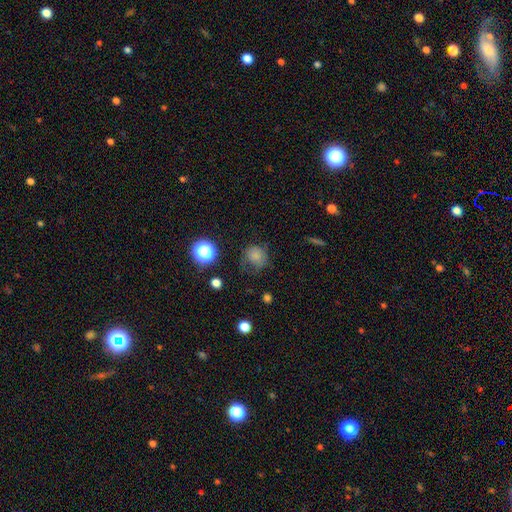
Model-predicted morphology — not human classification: Smooth or featured: smooth — 75% (star or artifact — 15%)
How rounded: round — 79% (in between — 20%)
Merging: none — 56% (minor disturbance — 27%)